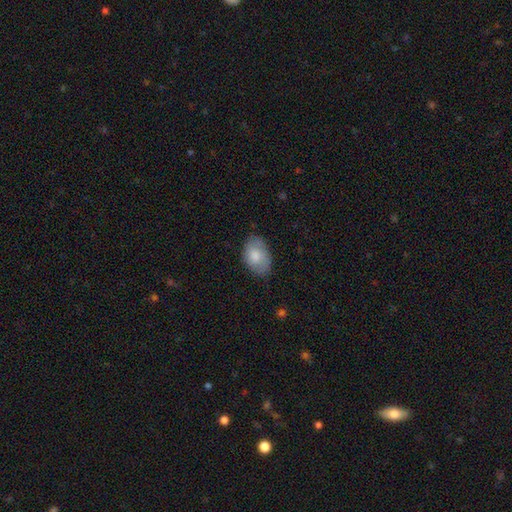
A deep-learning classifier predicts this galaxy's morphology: This appears to be a smooth galaxy with no disk features (80%) that is in between round and cigar-shaped (89%). Merging: none (74%).